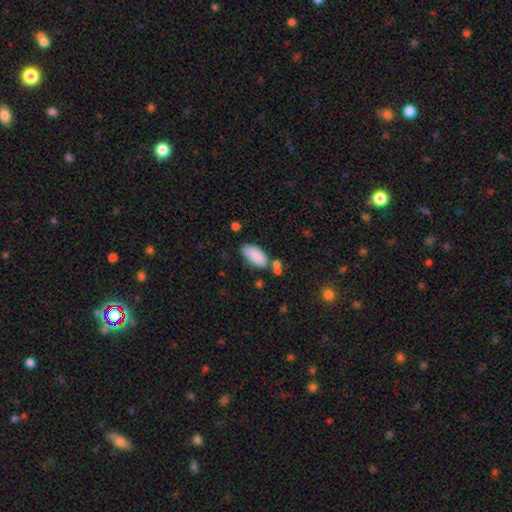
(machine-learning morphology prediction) Smooth or featured? Predicted: smooth (p=0.87). How rounded? Predicted: in between (p=0.87). Merging? Predicted: none (p=0.65).